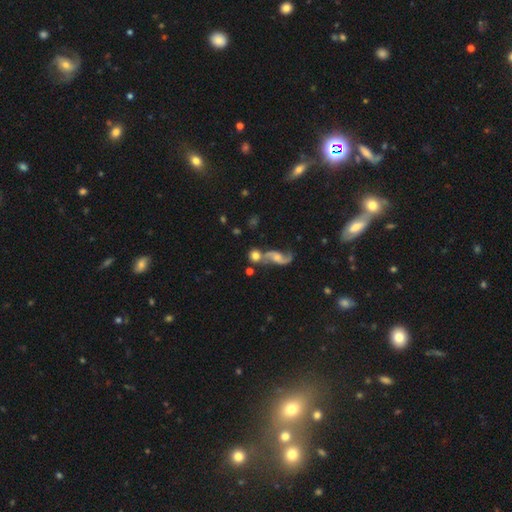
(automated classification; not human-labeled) smooth_or_featured: smooth (p=0.54) [alt: featured or disk p=0.36]
how_rounded: round (p=0.81) [alt: in between p=0.15]
merging: none (p=0.50) [alt: merger p=0.32]